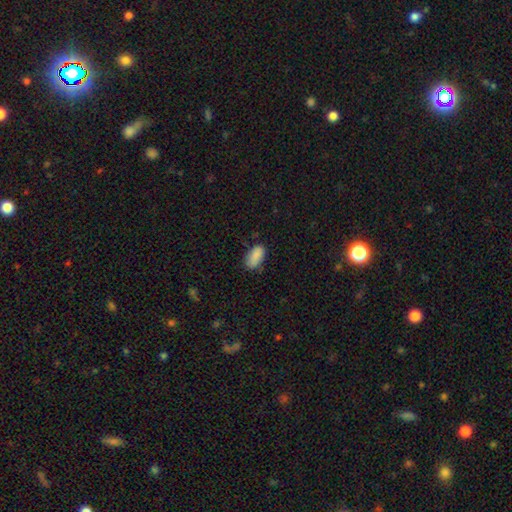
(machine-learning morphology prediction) smooth-or-featured: smooth: 87% | star or artifact: 8% | featured or disk: 5%
  how-rounded: in between: 93% | round: 4% | cigar-shaped: 4%
  merging: none: 67% | minor disturbance: 25% | major disturbance: 5% | merger: 2%